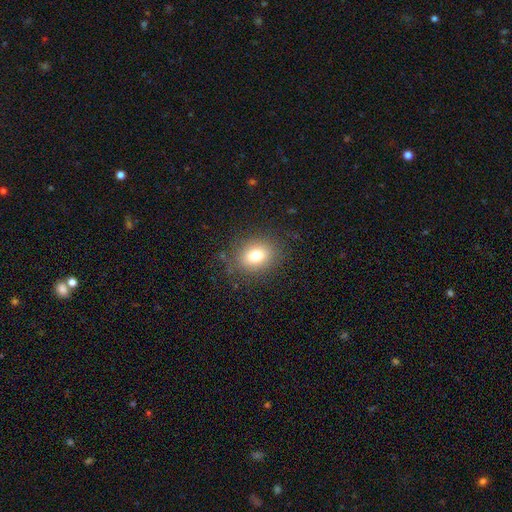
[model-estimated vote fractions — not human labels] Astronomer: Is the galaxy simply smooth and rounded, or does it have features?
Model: smooth — 76%.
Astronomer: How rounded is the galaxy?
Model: round — 57% (runner-up: in between, 42%).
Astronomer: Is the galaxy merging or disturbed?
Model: none — 85%.